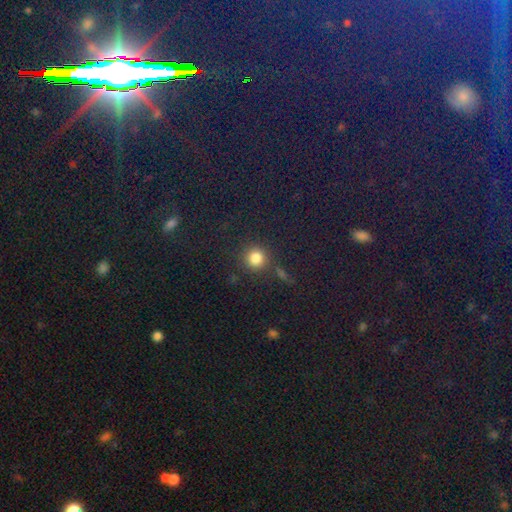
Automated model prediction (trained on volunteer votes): Overall: smooth (77%). How rounded: round (93%). Merging: none (82%).